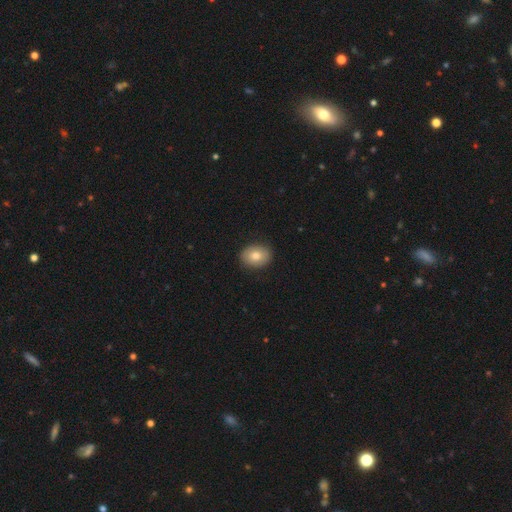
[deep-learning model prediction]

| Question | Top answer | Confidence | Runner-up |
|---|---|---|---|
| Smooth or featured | smooth | 80% | featured or disk (12%) |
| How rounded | in between | 56% | round (43%) |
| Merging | none | 89% | minor disturbance (9%) |